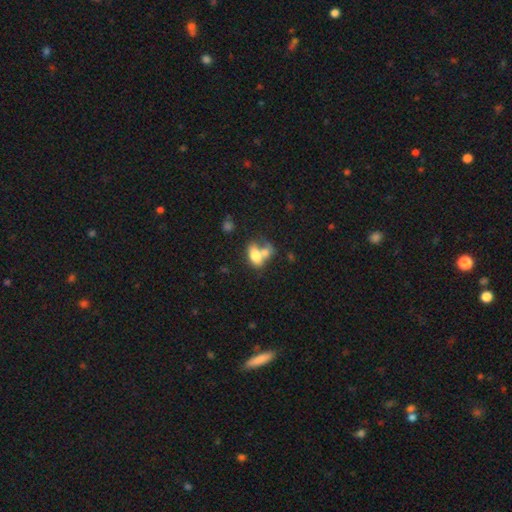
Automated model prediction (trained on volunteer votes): smooth 74%, featured or disk 18%, star or artifact 9%. Down the decision tree: how rounded — in between (86%); merging — merger (57%).